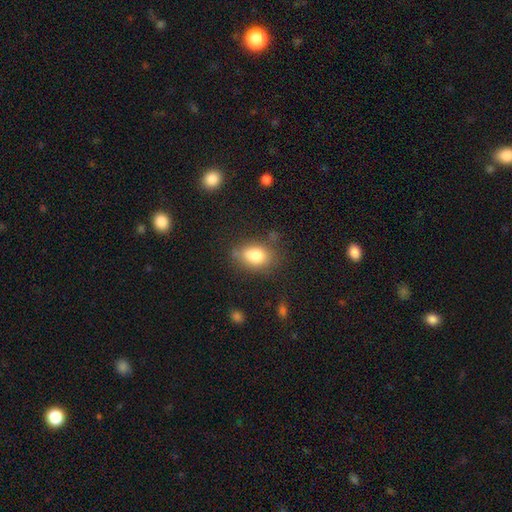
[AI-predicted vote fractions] Smooth or featured: smooth — 80% (featured or disk — 11%)
How rounded: in between — 78% (round — 21%)
Merging: none — 67% (minor disturbance — 21%)